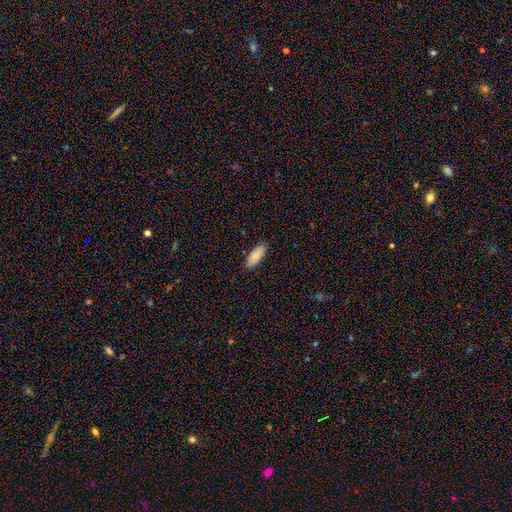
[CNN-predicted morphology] This is clearly a smooth galaxy (88%). How rounded: likely in between (79%). Merging: clearly none (88%).